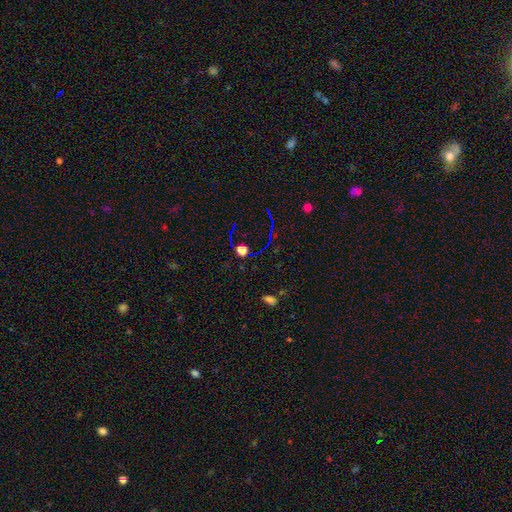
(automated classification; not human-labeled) Q: Smooth or featured?
A: star or artifact (62%); runner-up: smooth (24%)